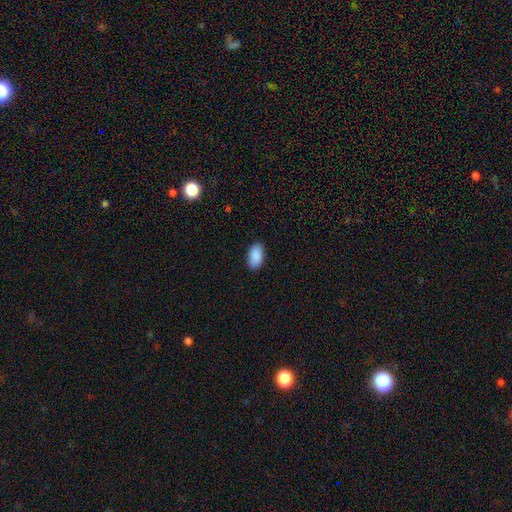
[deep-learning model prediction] Q: Smooth or featured?
A: smooth (91%); runner-up: star or artifact (6%)
Q: How rounded?
A: in between (95%); runner-up: round (3%)
Q: Merging?
A: none (89%); runner-up: minor disturbance (8%)